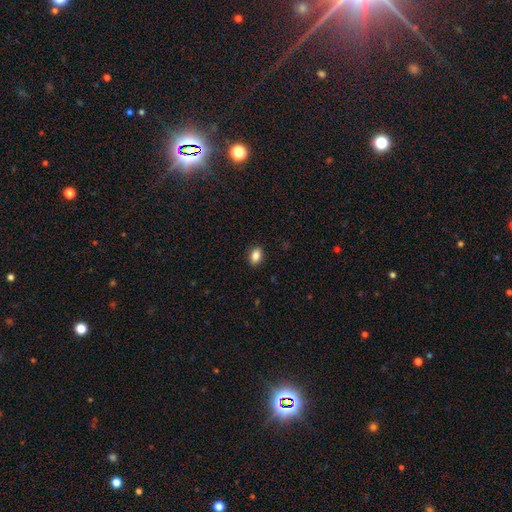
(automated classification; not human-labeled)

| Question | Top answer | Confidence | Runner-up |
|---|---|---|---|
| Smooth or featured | smooth | 86% | star or artifact (9%) |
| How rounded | in between | 83% | round (15%) |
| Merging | none | 89% | minor disturbance (8%) |